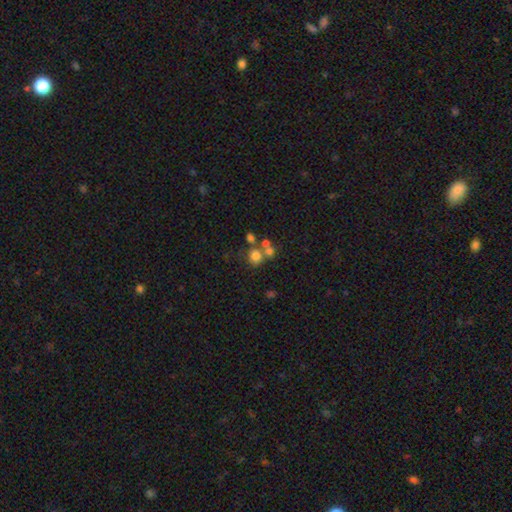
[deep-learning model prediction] Smooth or featured? Predicted: smooth (p=0.69). How rounded? Predicted: round (p=0.84). Merging? Predicted: none (p=0.49).